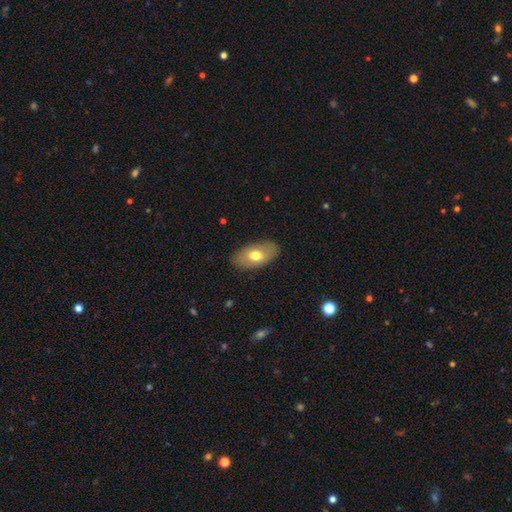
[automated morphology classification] smooth 65%, featured or disk 29%, star or artifact 6%. Down the decision tree: how rounded — in between (93%); merging — none (85%).